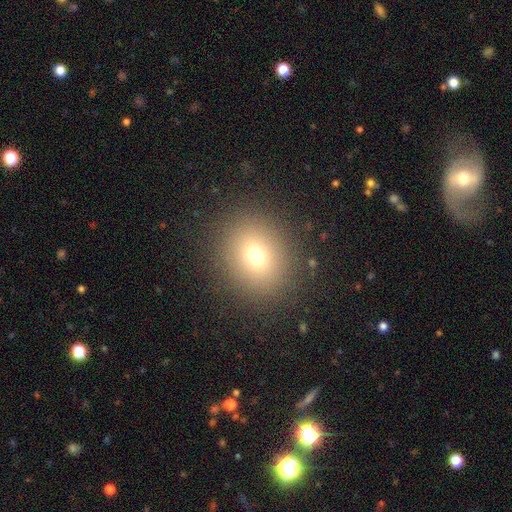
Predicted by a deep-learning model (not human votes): Smooth or featured? Predicted: smooth (p=0.72). How rounded? Predicted: round (p=0.74). Merging? Predicted: none (p=0.88).